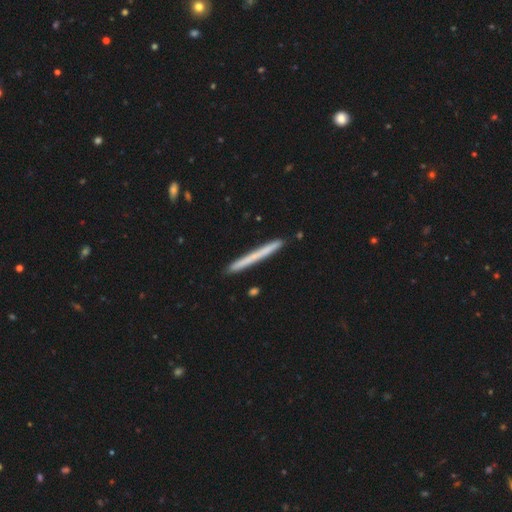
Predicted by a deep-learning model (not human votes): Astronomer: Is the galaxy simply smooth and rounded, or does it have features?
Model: smooth — 57% (runner-up: featured or disk, 37%).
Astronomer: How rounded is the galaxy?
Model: cigar-shaped — 97%.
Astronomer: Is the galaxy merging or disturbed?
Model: none — 91%.